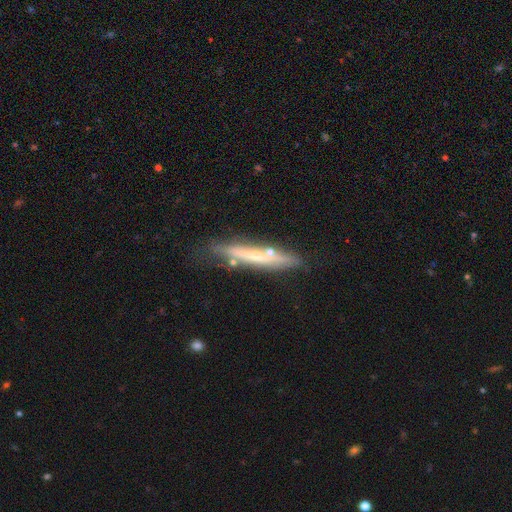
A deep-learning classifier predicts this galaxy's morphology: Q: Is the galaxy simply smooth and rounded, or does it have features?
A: featured or disk — 62%.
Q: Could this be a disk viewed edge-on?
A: yes — 87%.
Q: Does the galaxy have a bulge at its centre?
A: rounded — 49%.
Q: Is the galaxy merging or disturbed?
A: none — 72%.